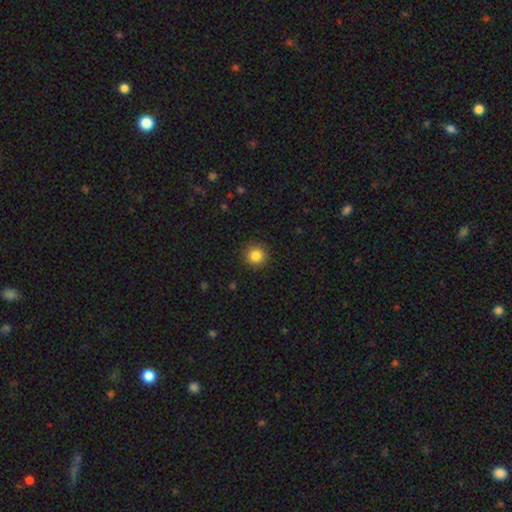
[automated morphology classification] A smooth galaxy with no disk features (85%) that is round (93%).

Vote fractions:
- Smooth or featured? smooth: 85% / star or artifact: 10% / featured or disk: 4%
- How rounded? round: 93% / in between: 6% / cigar-shaped: 1%
- Merging? none: 90% / minor disturbance: 7% / major disturbance: 2% / merger: 1%